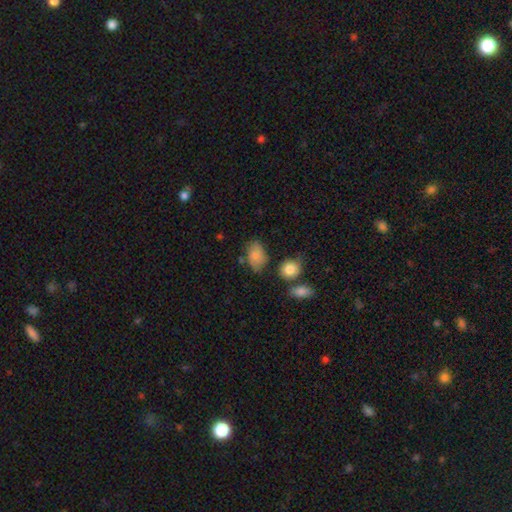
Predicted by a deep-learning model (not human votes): This is clearly a smooth galaxy (83%). How rounded: clearly in between (84%). Merging: likely none (61%).